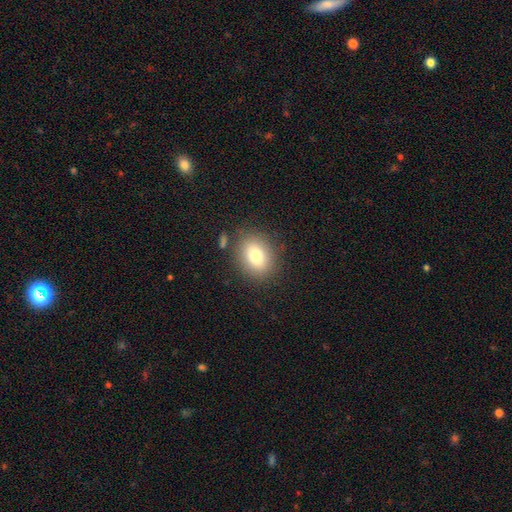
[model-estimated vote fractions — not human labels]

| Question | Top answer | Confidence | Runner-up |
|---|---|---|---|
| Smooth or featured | smooth | 79% | featured or disk (11%) |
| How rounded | in between | 57% | round (42%) |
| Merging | none | 84% | minor disturbance (10%) |